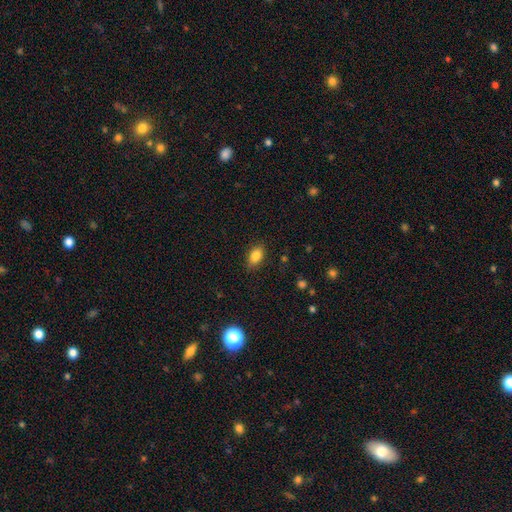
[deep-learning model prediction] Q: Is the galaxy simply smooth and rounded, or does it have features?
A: smooth — 84%.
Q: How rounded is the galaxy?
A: in between — 86%.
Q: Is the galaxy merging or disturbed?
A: none — 84%.